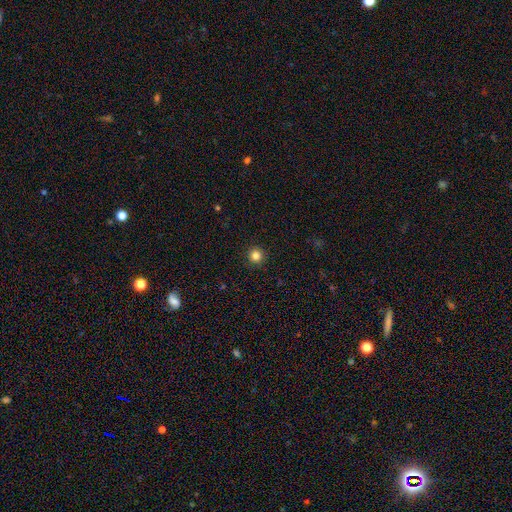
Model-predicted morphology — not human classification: This appears to be a smooth galaxy with no disk features (84%) that is round (96%). Merging: none (93%).